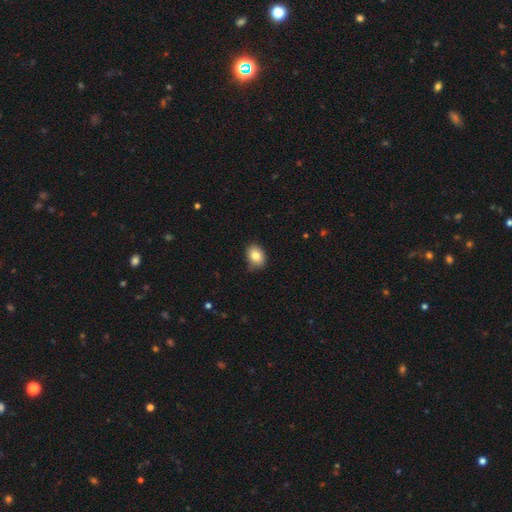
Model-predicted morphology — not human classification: Smooth or featured?
  - smooth: 82% *
  - featured or disk: 9%
  - star or artifact: 9%
How rounded?
  - in between: 68% *
  - round: 31%
  - cigar-shaped: 1%
Merging?
  - none: 80% *
  - minor disturbance: 16%
  - major disturbance: 2%
  - merger: 1%